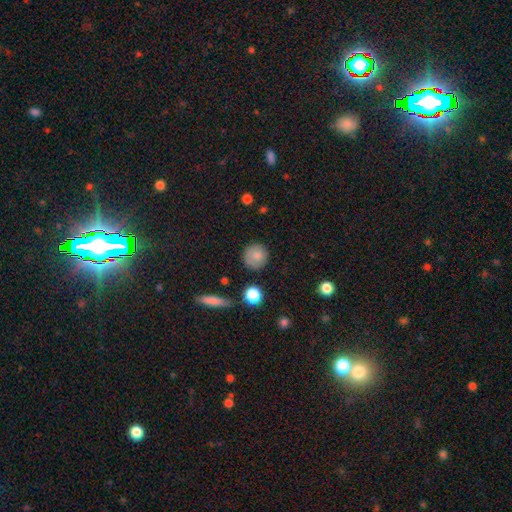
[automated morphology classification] A smooth galaxy with no disk features (82%) that is round (92%). Merging: none (84%).